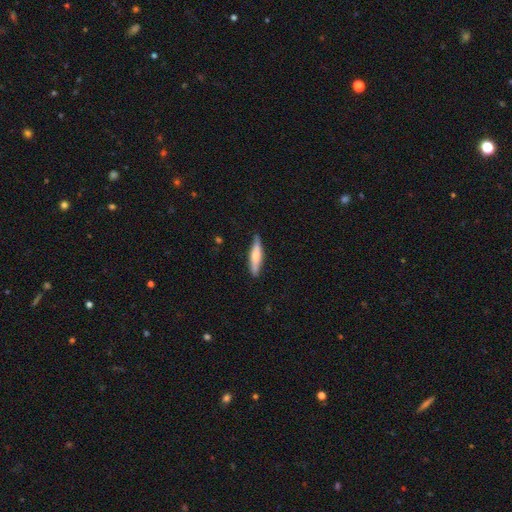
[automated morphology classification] Smooth or featured? Predicted: smooth (p=0.58). How rounded? Predicted: cigar-shaped (p=0.79). Merging? Predicted: none (p=0.83).